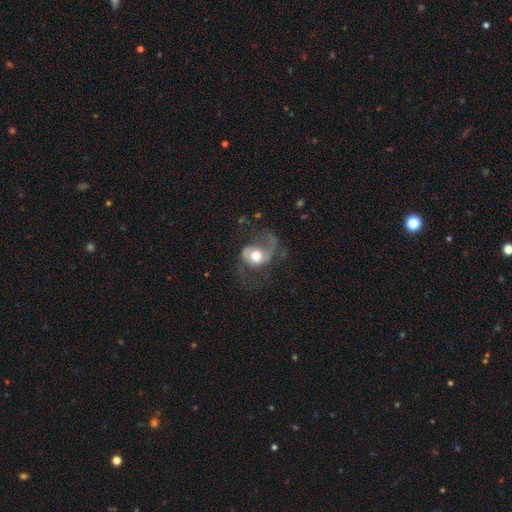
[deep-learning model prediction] The model was most divided on "merging": none: 48%, major disturbance: 31%, minor disturbance: 19%, merger: 2%. More confident: edge-on disk — no (97%); spiral arms — yes (88%); spiral arm count — 2 (75%); smooth or featured — featured or disk (69%); bar — no (68%); bulge size — moderate (63%); spiral winding — loose (56%).